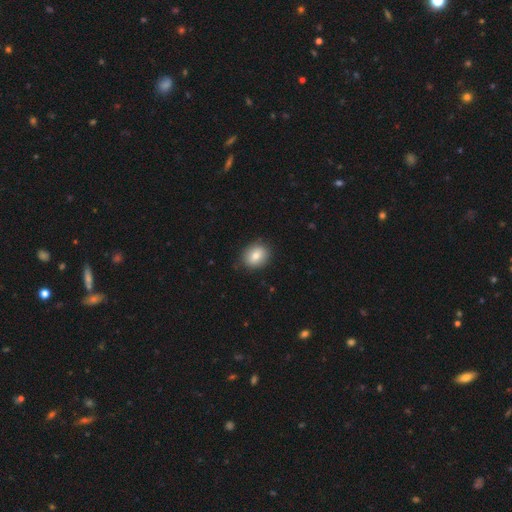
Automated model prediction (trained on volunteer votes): A smooth galaxy with no disk features (79%) that is round (52%). Merging: none (86%).